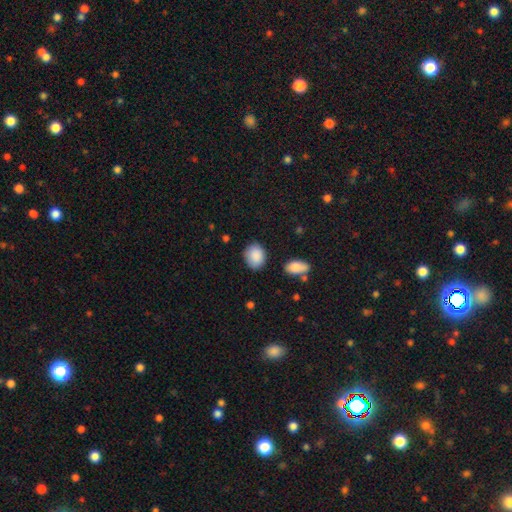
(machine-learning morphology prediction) smooth_or_featured: smooth (p=0.88) [alt: star or artifact p=0.07]
how_rounded: in between (p=0.52) [alt: round p=0.47]
merging: none (p=0.78) [alt: minor disturbance p=0.16]